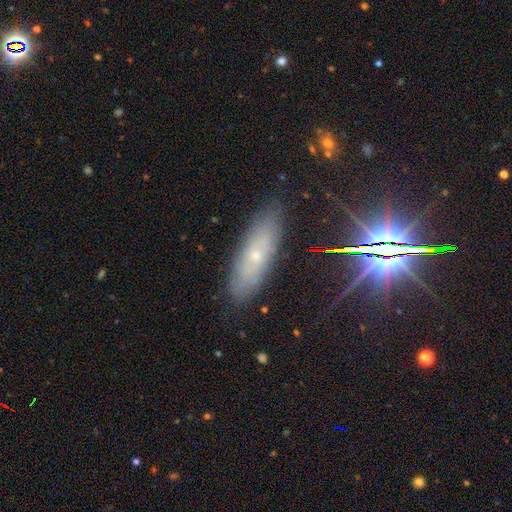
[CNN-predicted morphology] Smooth or featured? Predicted: featured or disk (p=0.46). Merging? Predicted: none (p=0.83).